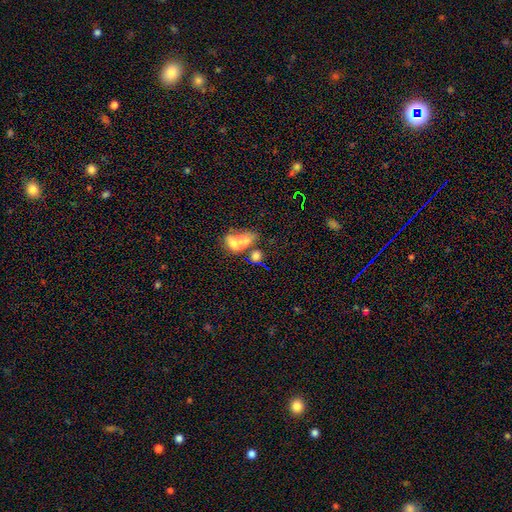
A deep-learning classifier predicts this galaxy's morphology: Smooth or featured? smooth (59%)
How rounded? in between (67%)
Merging? merger (54%)